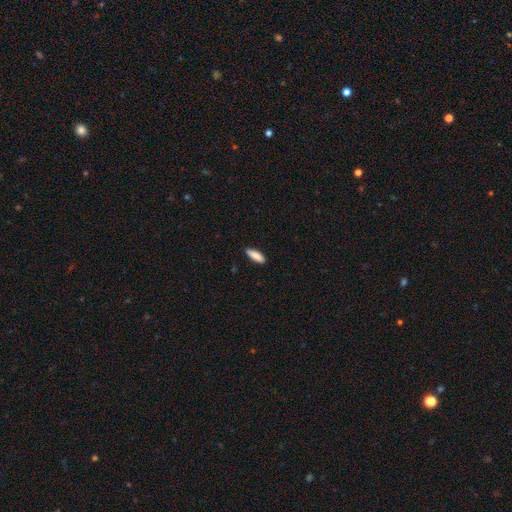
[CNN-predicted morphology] smooth 88%, star or artifact 6%, featured or disk 6%. Down the decision tree: how rounded — in between (54%); merging — none (87%).